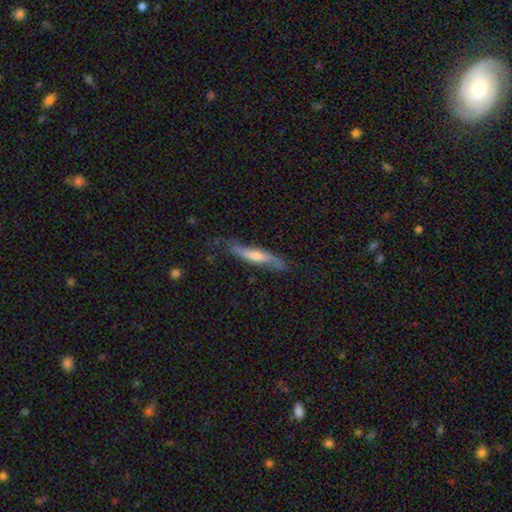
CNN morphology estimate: smooth_or_featured: featured or disk (p=0.52) [alt: smooth p=0.42]
disk_edge_on: yes (p=0.68) [alt: no p=0.32]
merging: none (p=0.64) [alt: minor disturbance p=0.25]